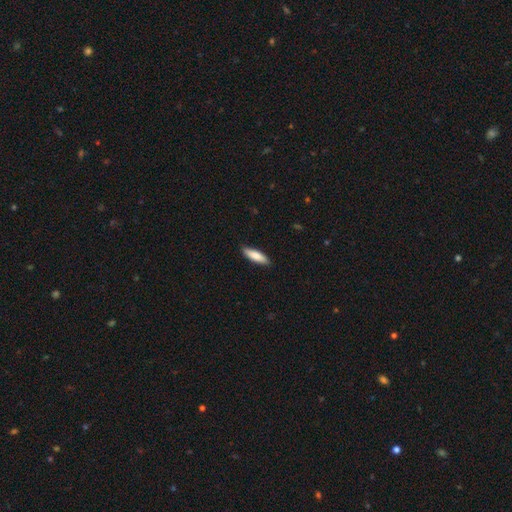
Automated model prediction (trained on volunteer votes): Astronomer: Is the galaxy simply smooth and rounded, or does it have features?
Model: smooth — 81%.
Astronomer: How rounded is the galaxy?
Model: cigar-shaped — 60% (runner-up: in between, 38%).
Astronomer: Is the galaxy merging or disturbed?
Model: none — 88%.